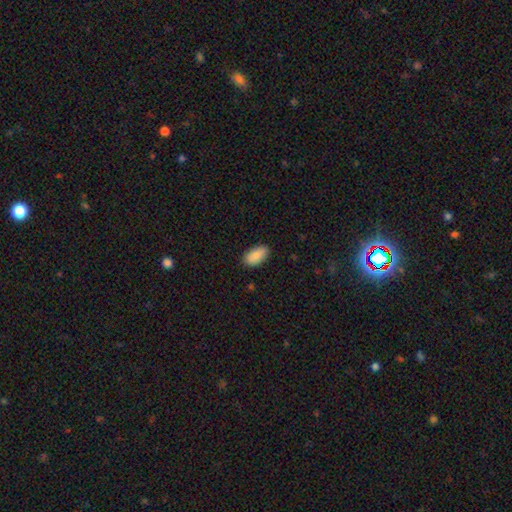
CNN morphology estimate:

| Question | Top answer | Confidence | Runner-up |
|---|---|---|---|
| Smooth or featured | smooth | 87% | featured or disk (7%) |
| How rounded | in between | 94% | cigar-shaped (3%) |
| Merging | none | 86% | minor disturbance (11%) |